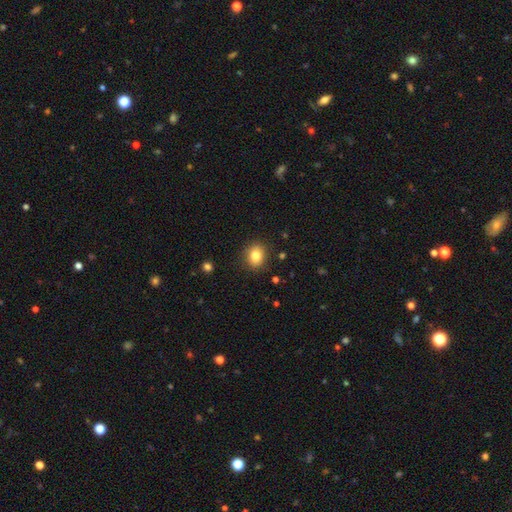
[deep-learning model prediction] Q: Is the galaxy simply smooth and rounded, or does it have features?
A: smooth — 83%.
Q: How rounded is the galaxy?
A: round — 59%.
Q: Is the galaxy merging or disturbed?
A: none — 88%.